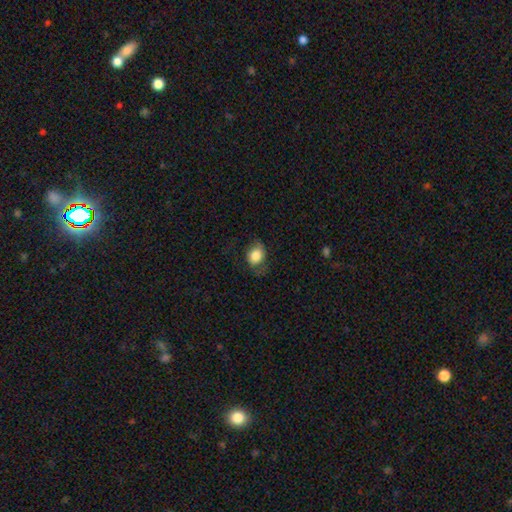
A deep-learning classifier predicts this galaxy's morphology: Smooth or featured?
  - smooth: 80% *
  - featured or disk: 12%
  - star or artifact: 8%
How rounded?
  - in between: 65% *
  - round: 33%
  - cigar-shaped: 1%
Merging?
  - none: 64% *
  - minor disturbance: 23%
  - major disturbance: 11%
  - merger: 1%